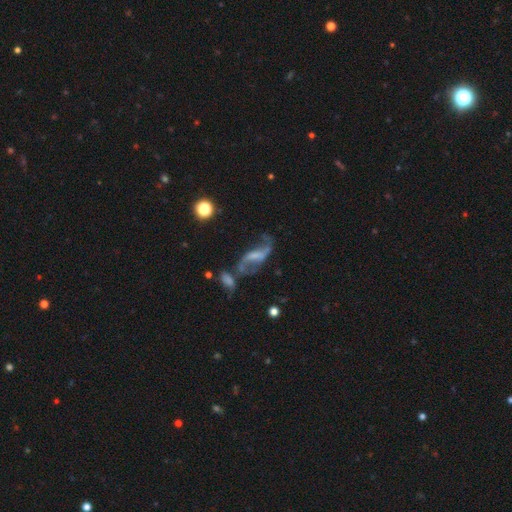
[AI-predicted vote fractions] smooth-or-featured: featured or disk: 78% | smooth: 13% | star or artifact: 9%
  disk-edge-on: no: 93% | yes: 7%
    bar: weak: 42% | strong: 33% | no: 26%
    has-spiral-arms: yes: 88% | no: 12%
      spiral-winding: loose: 82% | medium: 14% | tight: 4%
      spiral-arm-count: 2: 89% | 1: 4% | can't tell: 4% | 3: 1% | 4: 1% | more than 4: 1%
    bulge-size: none: 48% | small: 27% | moderate: 18% | large: 5% | dominant: 2%
  merging: none: 43% | merger: 20% | major disturbance: 19% | minor disturbance: 18%